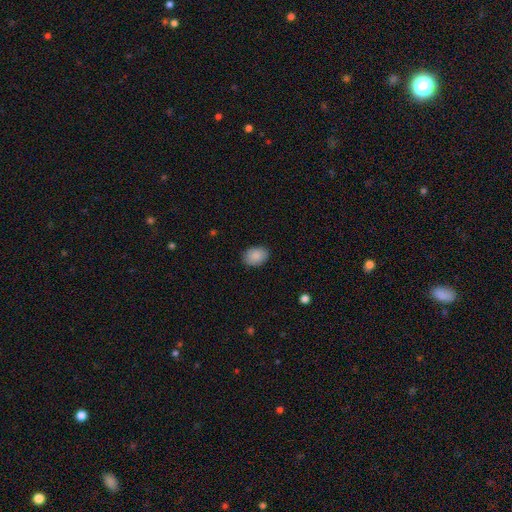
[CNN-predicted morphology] This is clearly a smooth galaxy (89%). How rounded: likely in between (75%). Merging: clearly none (86%).